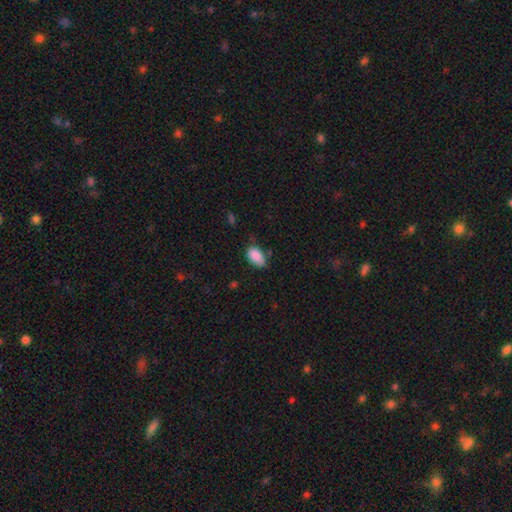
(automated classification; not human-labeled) Smooth or featured? smooth (88%)
How rounded? in between (93%)
Merging? none (63%)